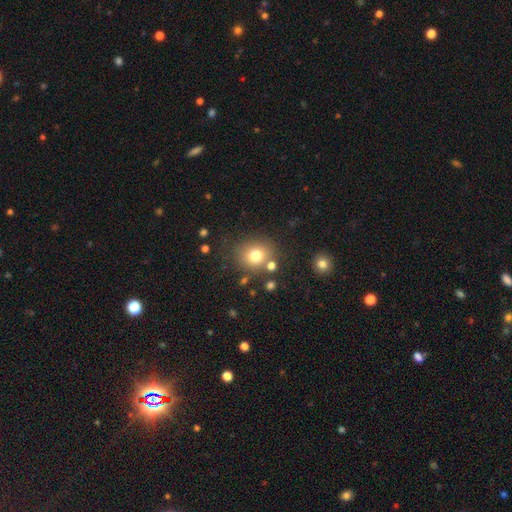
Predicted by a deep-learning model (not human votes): Morphology: type=smooth (76%); roundness=round (79%); merging=none (74%).